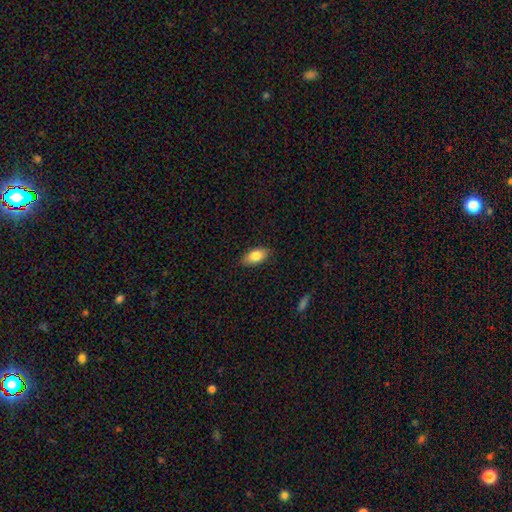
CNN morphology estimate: type=smooth (83%); roundness=in between (91%); merging=none (86%).